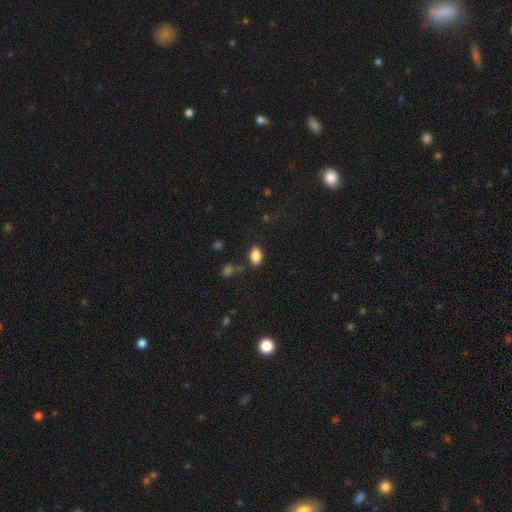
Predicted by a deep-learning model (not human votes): Smooth or featured? Predicted: smooth (p=0.86). How rounded? Predicted: in between (p=0.90). Merging? Predicted: none (p=0.79).